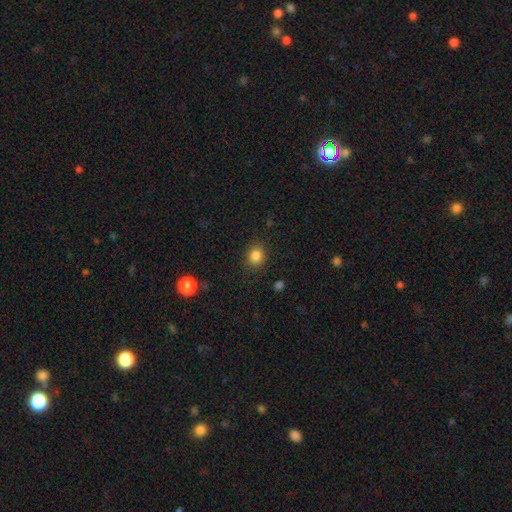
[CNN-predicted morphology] Smooth or featured?
  - smooth: 85% *
  - star or artifact: 11%
  - featured or disk: 4%
How rounded?
  - round: 72% *
  - in between: 27%
  - cigar-shaped: 1%
Merging?
  - none: 86% *
  - minor disturbance: 9%
  - major disturbance: 3%
  - merger: 1%